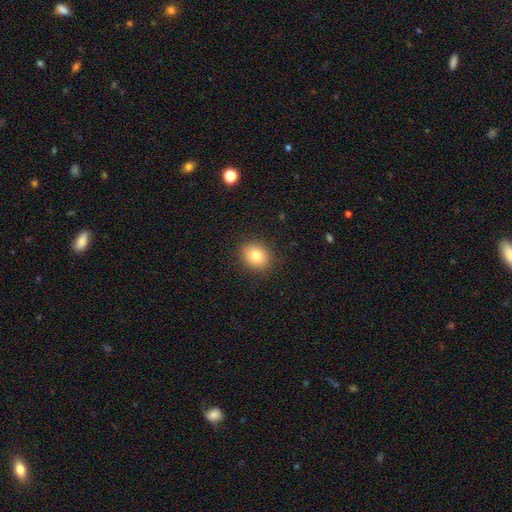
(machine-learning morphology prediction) Q: Smooth or featured?
A: smooth (80%); runner-up: star or artifact (10%)
Q: How rounded?
A: round (63%); runner-up: in between (36%)
Q: Merging?
A: none (88%); runner-up: minor disturbance (8%)